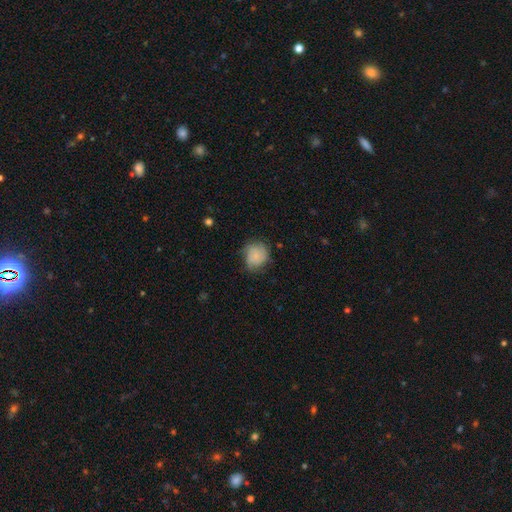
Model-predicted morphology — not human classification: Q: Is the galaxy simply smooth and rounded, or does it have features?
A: smooth — 54%.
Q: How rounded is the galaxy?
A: round — 73%.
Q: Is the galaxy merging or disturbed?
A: none — 63%.